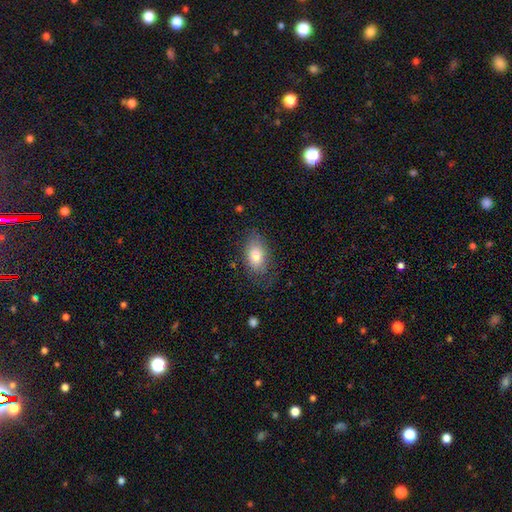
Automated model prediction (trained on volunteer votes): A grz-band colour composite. It shows a smooth galaxy with no disk features (78%) that is in between round and cigar-shaped (91%). Merging: none (69%).